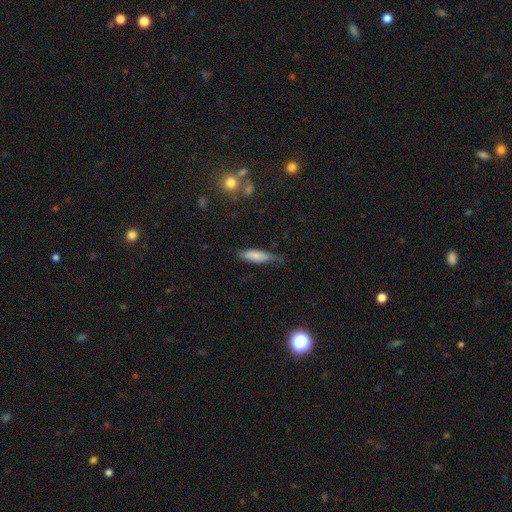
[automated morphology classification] type=smooth (75%); roundness=cigar-shaped (54%); merging=none (55%).